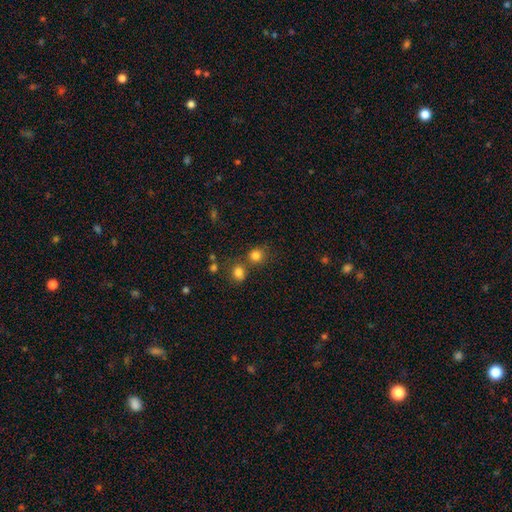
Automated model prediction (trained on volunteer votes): Smooth or featured: smooth — 81% (star or artifact — 13%)
How rounded: round — 83% (in between — 16%)
Merging: none — 65% (merger — 22%)